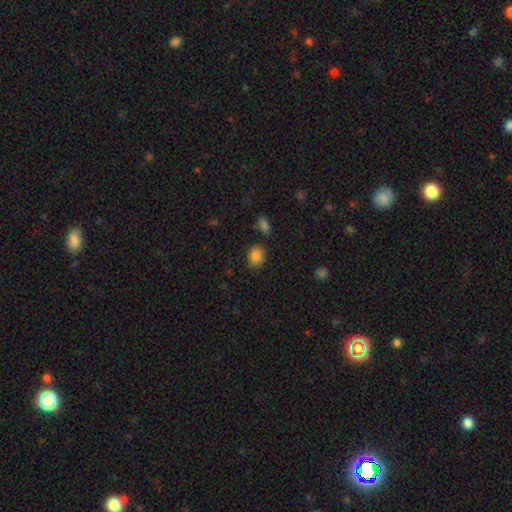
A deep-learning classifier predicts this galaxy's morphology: Q: Smooth or featured?
A: smooth (85%); runner-up: star or artifact (10%)
Q: How rounded?
A: in between (52%); runner-up: round (47%)
Q: Merging?
A: none (82%); runner-up: minor disturbance (11%)